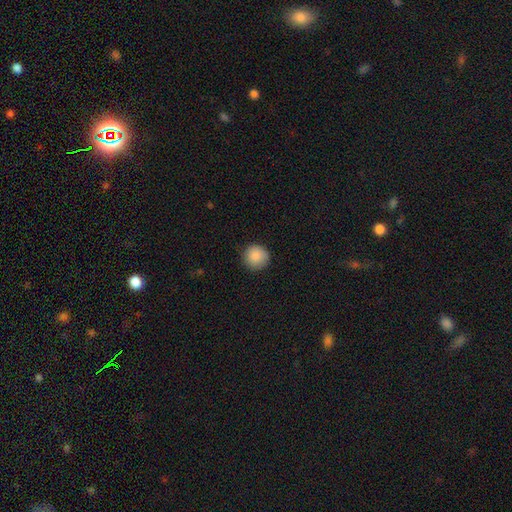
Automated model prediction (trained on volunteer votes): Q: Smooth or featured?
A: smooth (88%); runner-up: star or artifact (9%)
Q: How rounded?
A: round (95%); runner-up: in between (5%)
Q: Merging?
A: none (89%); runner-up: minor disturbance (8%)